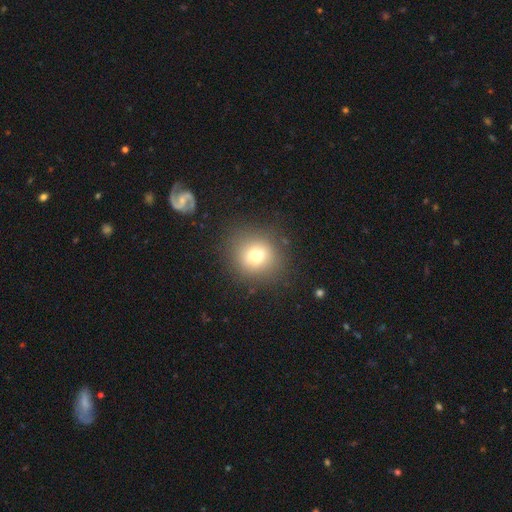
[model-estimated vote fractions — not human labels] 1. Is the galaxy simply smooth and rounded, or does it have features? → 71% smooth, 15% star or artifact, 14% featured or disk.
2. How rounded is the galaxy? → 87% round, 12% in between, 1% cigar-shaped.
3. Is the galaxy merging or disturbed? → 85% none, 9% minor disturbance, 5% major disturbance, 2% merger.